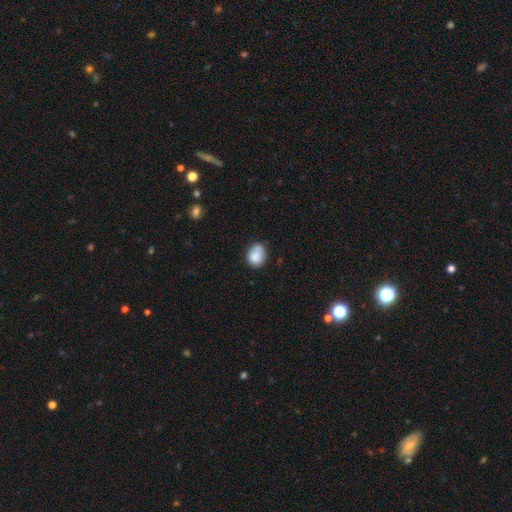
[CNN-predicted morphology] Q: Smooth or featured?
A: smooth (84%); runner-up: star or artifact (8%)
Q: How rounded?
A: round (52%); runner-up: in between (47%)
Q: Merging?
A: none (61%); runner-up: minor disturbance (28%)